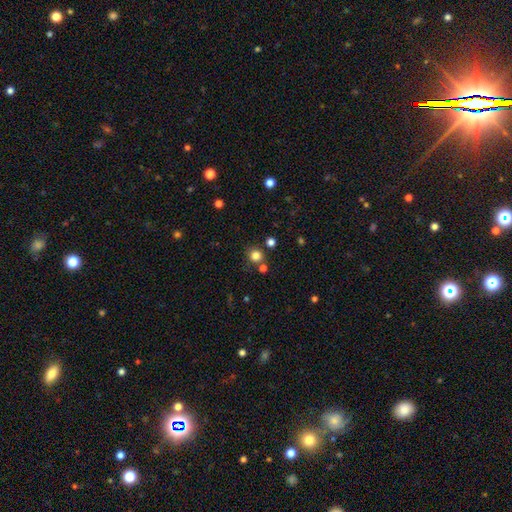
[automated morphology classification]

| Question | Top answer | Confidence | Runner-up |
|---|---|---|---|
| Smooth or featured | smooth | 80% | star or artifact (15%) |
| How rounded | round | 91% | in between (8%) |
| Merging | none | 79% | merger (10%) |